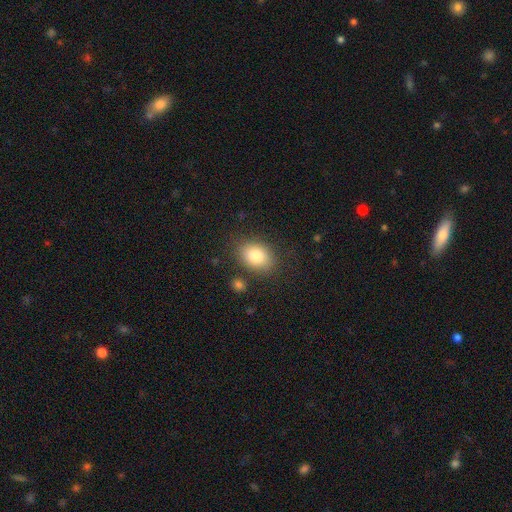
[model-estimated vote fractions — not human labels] A smooth galaxy with no disk features (82%) that is in between round and cigar-shaped (69%). Merging: none (81%).